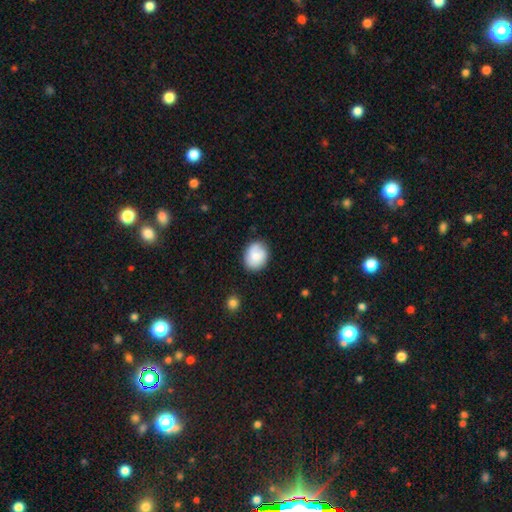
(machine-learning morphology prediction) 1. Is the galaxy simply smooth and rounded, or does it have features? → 77% smooth, 16% featured or disk, 7% star or artifact.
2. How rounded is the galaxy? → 58% round, 41% in between, 1% cigar-shaped.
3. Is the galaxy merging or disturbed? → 77% none, 17% minor disturbance, 4% major disturbance, 2% merger.